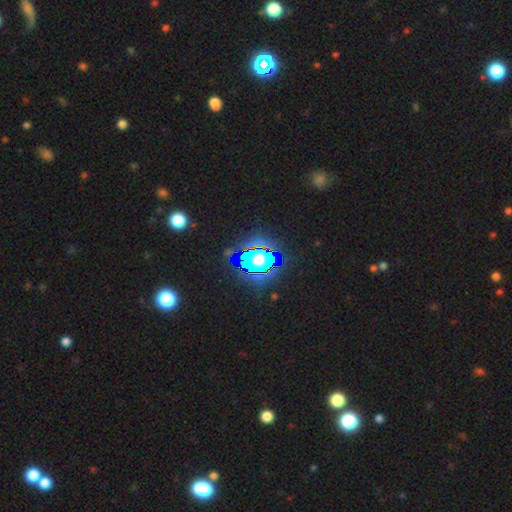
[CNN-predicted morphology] Smooth or featured?
  - star or artifact: 81% *
  - smooth: 11%
  - featured or disk: 8%